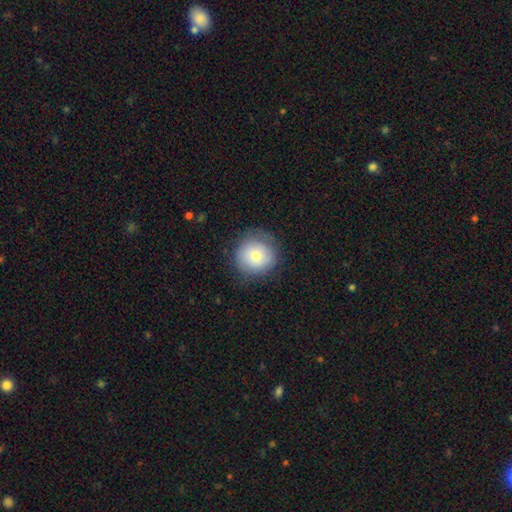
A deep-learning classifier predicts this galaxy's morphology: Smooth or featured? Predicted: smooth (p=0.71). How rounded? Predicted: round (p=0.93). Merging? Predicted: none (p=0.80).